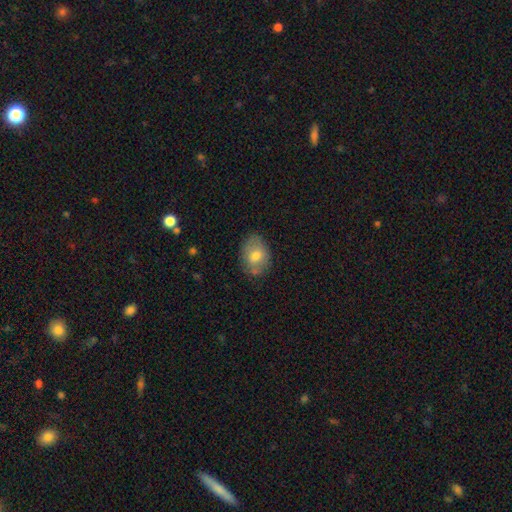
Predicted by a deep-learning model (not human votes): Smooth or featured: smooth — 72% (featured or disk — 21%)
How rounded: in between — 74% (round — 24%)
Merging: none — 74% (minor disturbance — 19%)